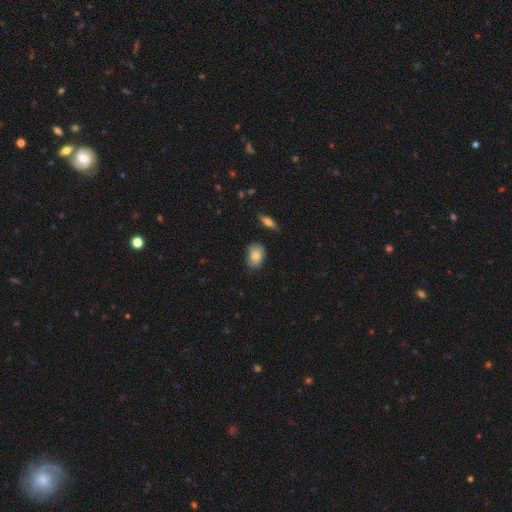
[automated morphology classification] Overall: smooth (79%). How rounded: in between (81%). Merging: none (66%; minor disturbance 27%).